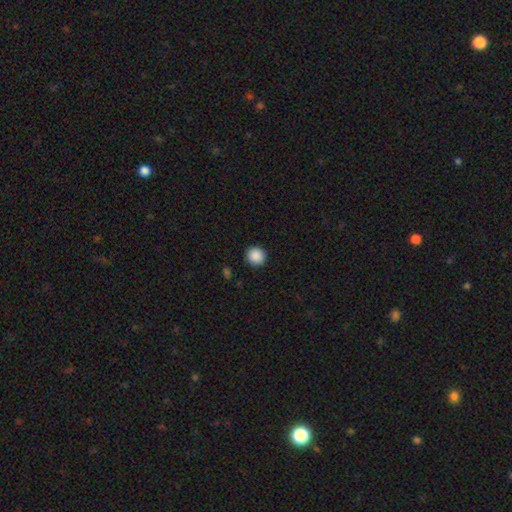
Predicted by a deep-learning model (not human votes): A smooth galaxy with no disk features (89%) that is round (93%).

Vote fractions:
- Smooth or featured? smooth: 89% / star or artifact: 9% / featured or disk: 2%
- How rounded? round: 93% / in between: 6% / cigar-shaped: 1%
- Merging? none: 92% / minor disturbance: 5% / major disturbance: 2% / merger: 1%